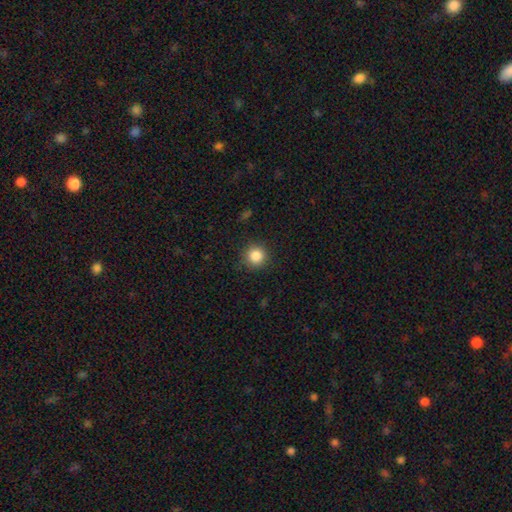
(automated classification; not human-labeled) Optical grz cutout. It shows a smooth galaxy with no disk features (85%) that is round (94%). Merging: none (89%).